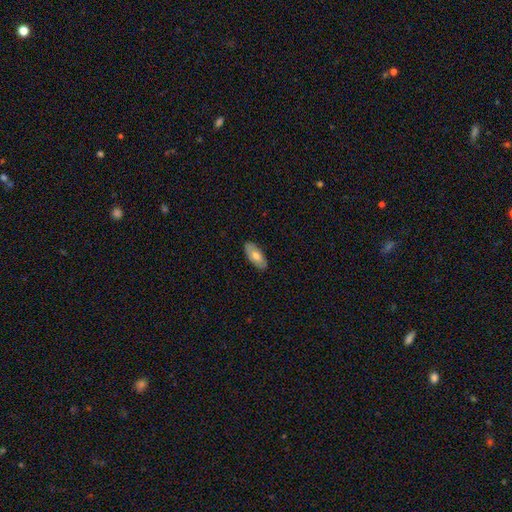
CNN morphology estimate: The model was most divided on "smooth or featured": smooth: 67%, featured or disk: 28%, star or artifact: 6%. More confident: how rounded — in between (90%); merging — none (86%).